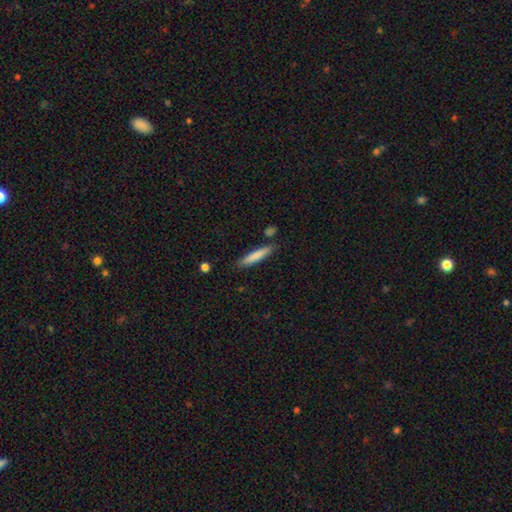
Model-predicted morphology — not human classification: Smooth or featured? Predicted: smooth (p=0.79). How rounded? Predicted: cigar-shaped (p=0.91). Merging? Predicted: none (p=0.83).